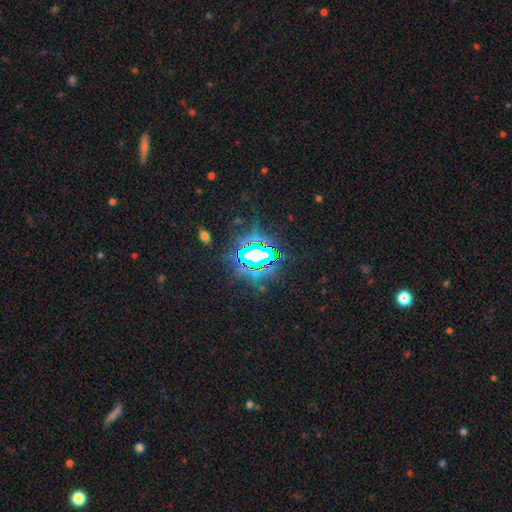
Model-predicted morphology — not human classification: star or artifact 77%, smooth 11%, featured or disk 11%.